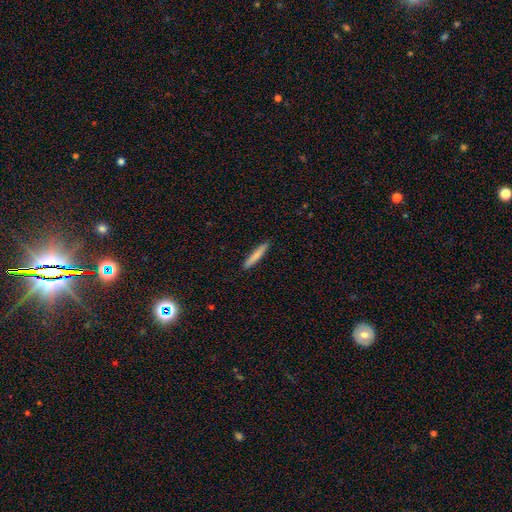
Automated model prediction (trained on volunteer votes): This appears to be a smooth galaxy with no disk features (80%) that is cigar-shaped (94%). Merging: none (91%).